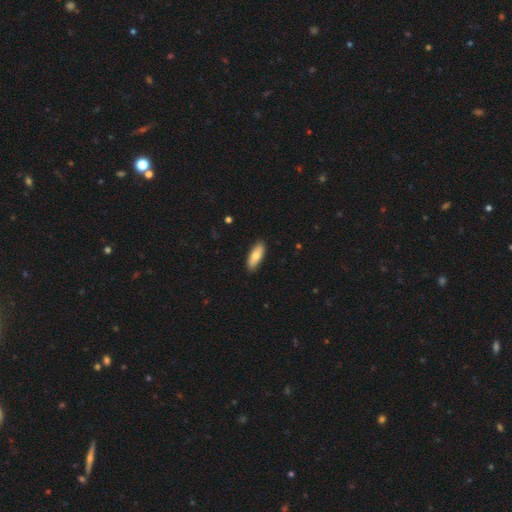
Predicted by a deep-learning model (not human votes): Smooth or featured?
  - smooth: 78% *
  - featured or disk: 17%
  - star or artifact: 6%
How rounded?
  - in between: 70% *
  - cigar-shaped: 28%
  - round: 2%
Merging?
  - none: 88% *
  - minor disturbance: 10%
  - major disturbance: 2%
  - merger: 1%